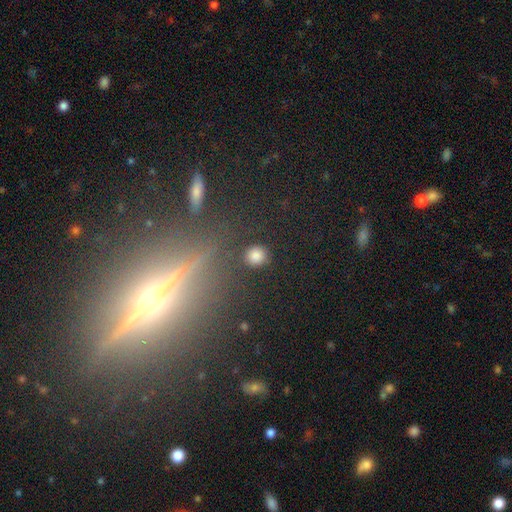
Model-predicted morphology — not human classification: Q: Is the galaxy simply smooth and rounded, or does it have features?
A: smooth — 83%.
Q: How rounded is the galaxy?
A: round — 92%.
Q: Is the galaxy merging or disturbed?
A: none — 87%.